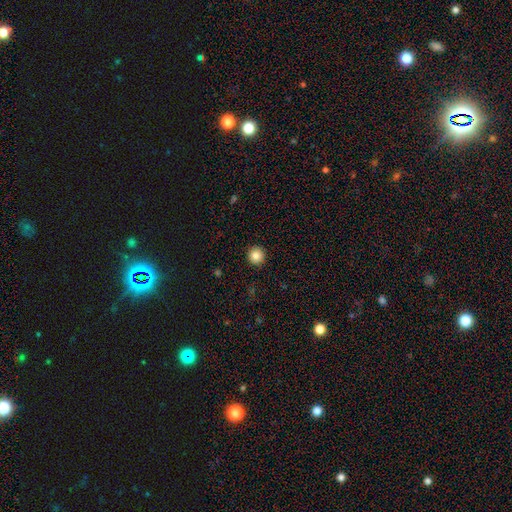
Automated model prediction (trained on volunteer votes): This appears to be a smooth galaxy with no disk features (84%) that is round (95%). Merging: none (93%).